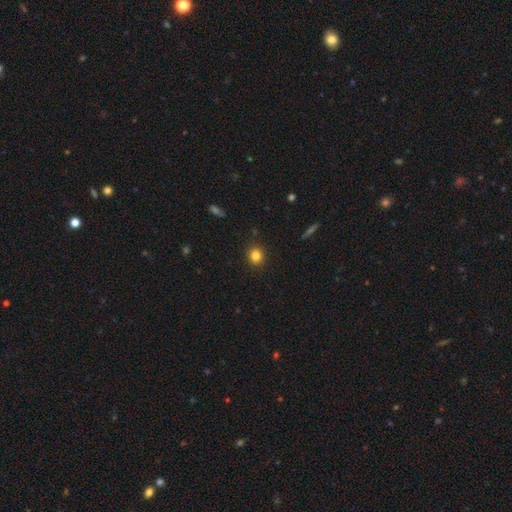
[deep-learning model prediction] smooth_or_featured: smooth (p=0.83) [alt: star or artifact p=0.11]
how_rounded: round (p=0.82) [alt: in between p=0.17]
merging: none (p=0.91) [alt: minor disturbance p=0.06]